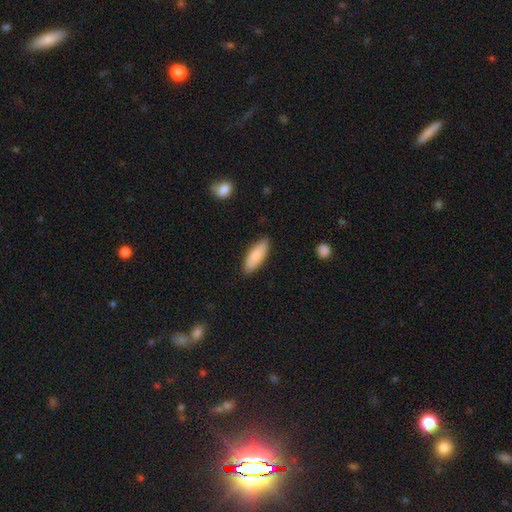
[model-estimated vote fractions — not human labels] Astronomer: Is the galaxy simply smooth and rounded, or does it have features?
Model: smooth — 85%.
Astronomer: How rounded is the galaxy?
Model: in between — 66%.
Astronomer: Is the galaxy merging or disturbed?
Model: none — 87%.